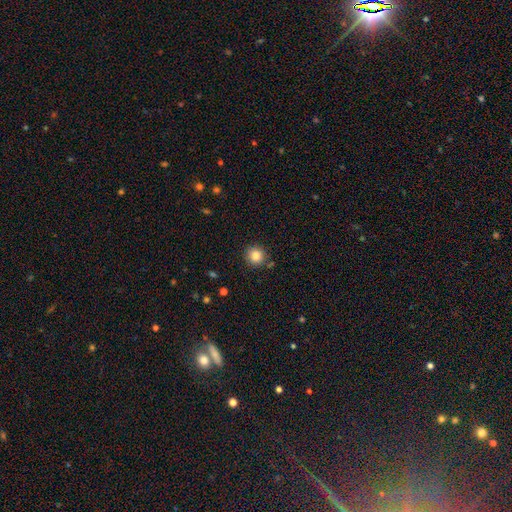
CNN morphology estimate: The model was most divided on "smooth or featured": smooth: 84%, star or artifact: 11%, featured or disk: 5%. More confident: how rounded — round (93%); merging — none (88%).